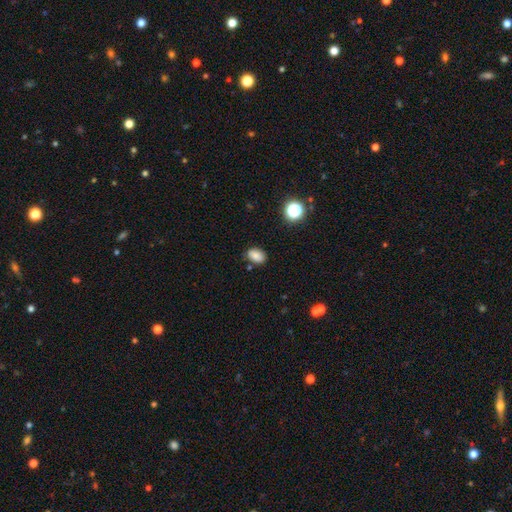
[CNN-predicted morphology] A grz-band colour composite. It shows a smooth galaxy with no disk features (82%) that is in between round and cigar-shaped (82%). Merging: none (77%).